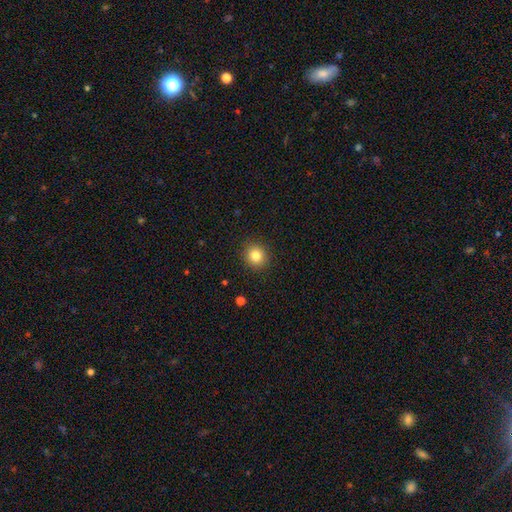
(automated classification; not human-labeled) The model was most divided on "smooth or featured": smooth: 82%, star or artifact: 11%, featured or disk: 7%. More confident: merging — none (91%); how rounded — round (86%).